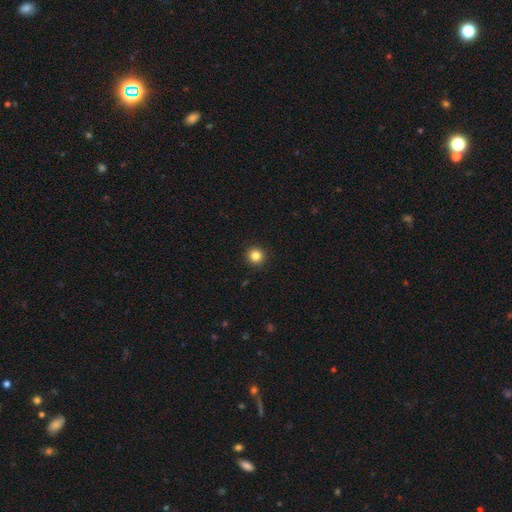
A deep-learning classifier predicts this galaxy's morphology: Q: Smooth or featured?
A: smooth (84%); runner-up: star or artifact (11%)
Q: How rounded?
A: round (95%); runner-up: in between (4%)
Q: Merging?
A: none (93%); runner-up: minor disturbance (4%)